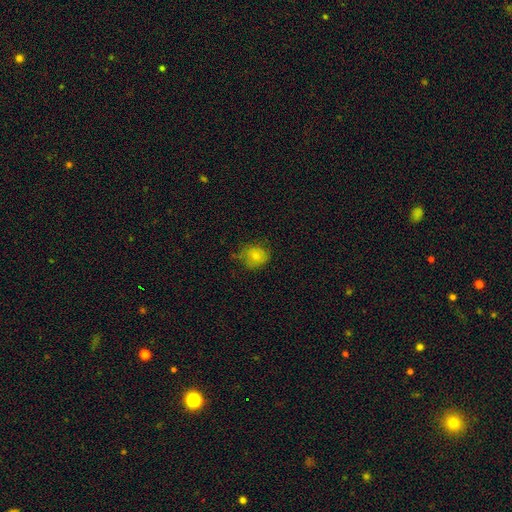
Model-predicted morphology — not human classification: This appears to be a smooth galaxy with no disk features (73%) that is round (72%). Merging: none (66%).